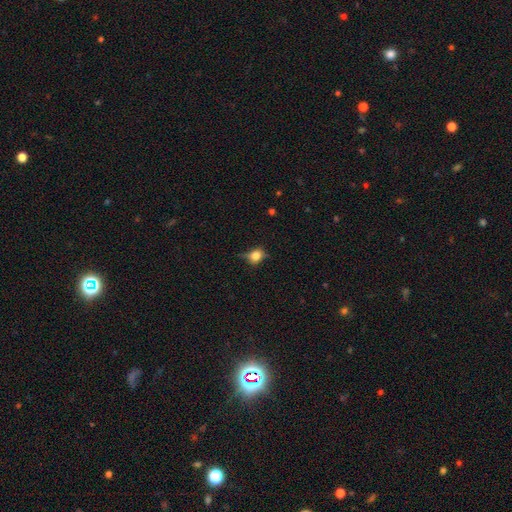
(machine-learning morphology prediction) smooth_or_featured: smooth (p=0.68) [alt: featured or disk p=0.20]
how_rounded: round (p=0.61) [alt: in between p=0.36]
merging: none (p=0.58) [alt: minor disturbance p=0.31]